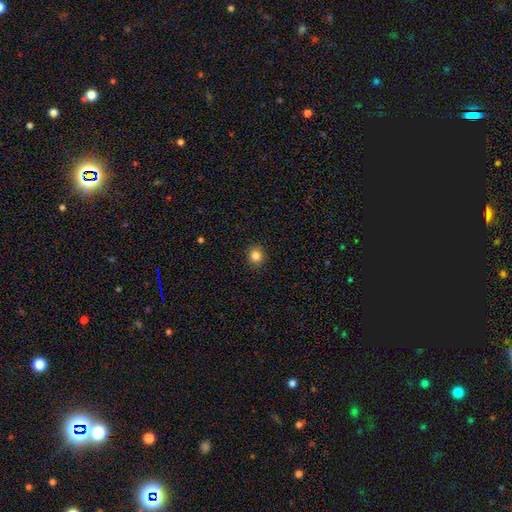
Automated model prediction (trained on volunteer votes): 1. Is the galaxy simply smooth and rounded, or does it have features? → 84% smooth, 11% star or artifact, 4% featured or disk.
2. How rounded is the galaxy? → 87% round, 12% in between, 1% cigar-shaped.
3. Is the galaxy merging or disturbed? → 92% none, 5% minor disturbance, 2% major disturbance, 1% merger.